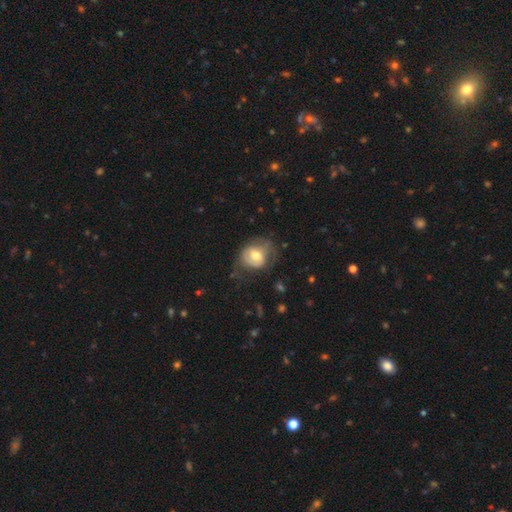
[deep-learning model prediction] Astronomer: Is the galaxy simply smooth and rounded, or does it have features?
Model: smooth — 57% (runner-up: featured or disk, 35%).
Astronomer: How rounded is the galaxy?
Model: round — 57% (runner-up: in between, 42%).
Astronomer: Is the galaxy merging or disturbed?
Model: none — 43% (runner-up: minor disturbance, 30%).